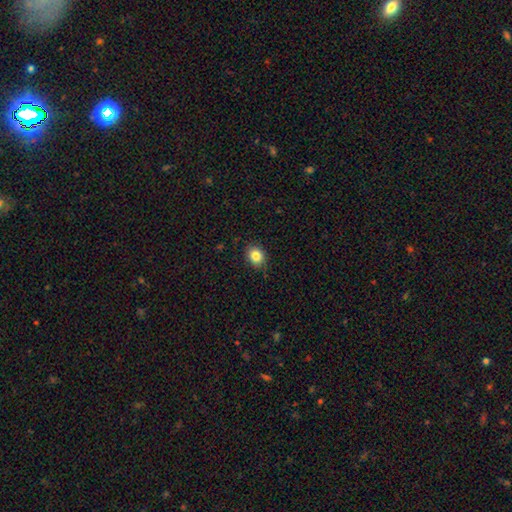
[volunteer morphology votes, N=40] Q: Smooth or featured?
A: smooth (88%); runner-up: star or artifact (10%)
Q: How rounded?
A: round (54%); runner-up: in between (46%)
Q: Merging?
A: none (86%); runner-up: minor disturbance (14%)